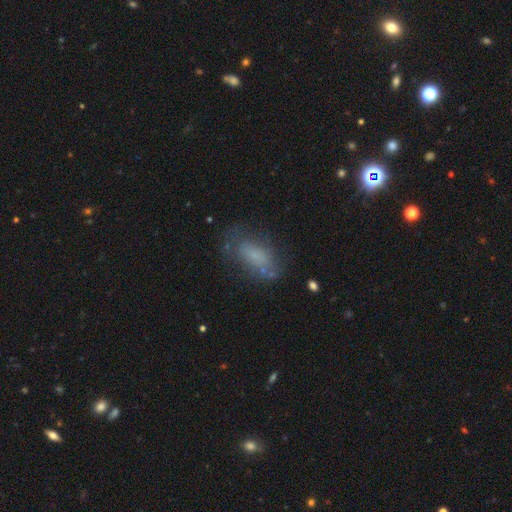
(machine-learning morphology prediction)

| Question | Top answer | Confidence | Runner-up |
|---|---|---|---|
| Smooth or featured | smooth | 55% | featured or disk (33%) |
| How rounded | in between | 85% | cigar-shaped (10%) |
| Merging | none | 55% | minor disturbance (24%) |